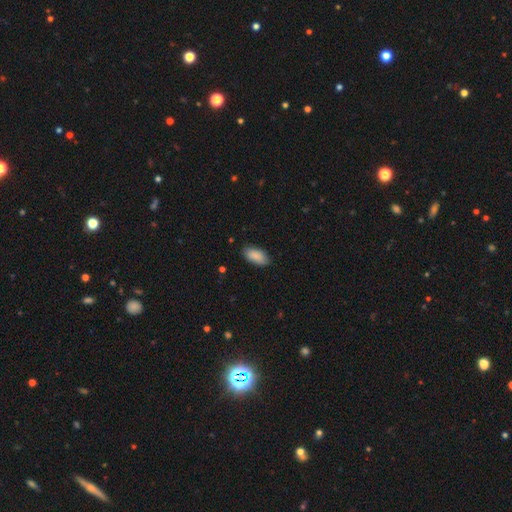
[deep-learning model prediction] Morphology: type=smooth (89%); roundness=in between (92%); merging=none (84%).